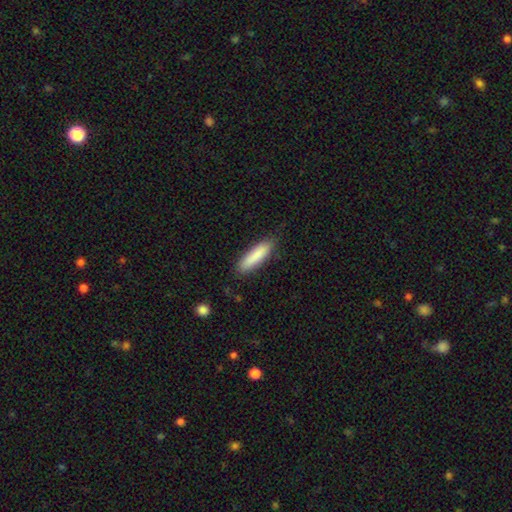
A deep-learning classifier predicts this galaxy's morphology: Smooth or featured: smooth — 85% (featured or disk — 9%)
How rounded: cigar-shaped — 71% (in between — 27%)
Merging: none — 85% (minor disturbance — 12%)